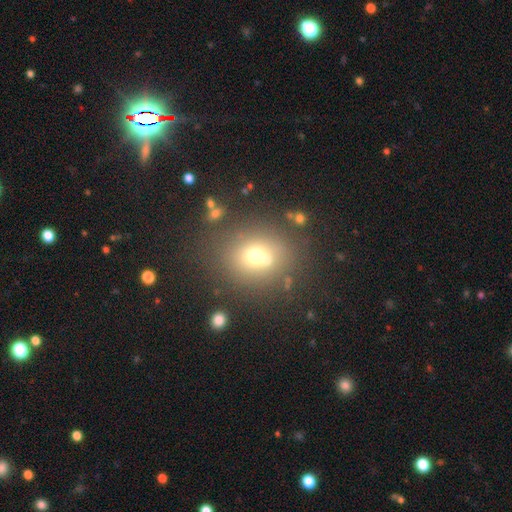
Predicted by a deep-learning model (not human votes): smooth-or-featured: smooth: 61% | featured or disk: 19% | star or artifact: 19%
  how-rounded: round: 70% | in between: 29% | cigar-shaped: 1%
  merging: none: 55% | merger: 28% | minor disturbance: 11% | major disturbance: 6%